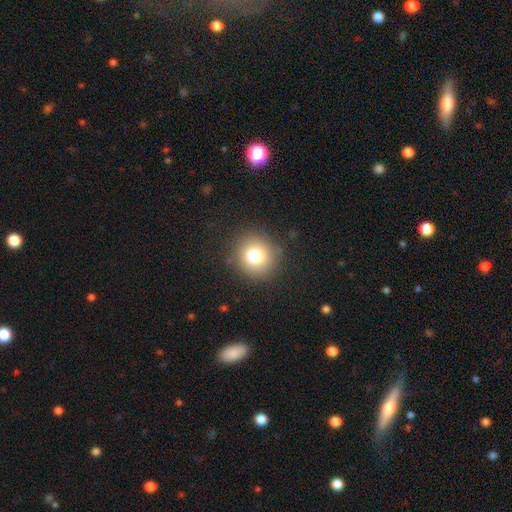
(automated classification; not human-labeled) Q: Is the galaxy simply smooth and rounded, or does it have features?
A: smooth — 75%.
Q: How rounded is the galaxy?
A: round — 88%.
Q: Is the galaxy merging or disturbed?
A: none — 85%.